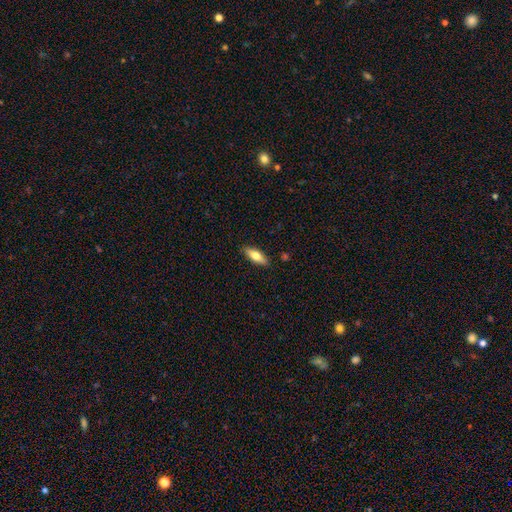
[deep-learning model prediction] A smooth galaxy with no disk features (71%) that is in between round and cigar-shaped (63%). Merging: none (87%).